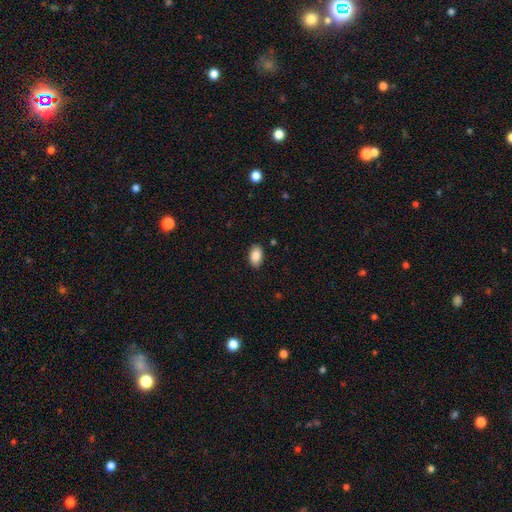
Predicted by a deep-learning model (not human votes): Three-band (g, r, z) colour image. It shows a smooth galaxy with no disk features (89%) that is in between round and cigar-shaped (92%). Merging: none (87%).